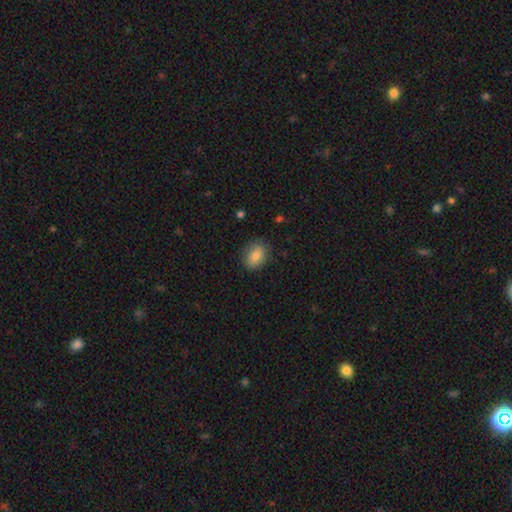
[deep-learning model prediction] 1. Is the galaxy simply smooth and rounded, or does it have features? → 82% smooth, 10% featured or disk, 8% star or artifact.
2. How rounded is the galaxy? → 74% in between, 24% round, 2% cigar-shaped.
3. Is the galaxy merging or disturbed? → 82% none, 14% minor disturbance, 3% major disturbance, 1% merger.